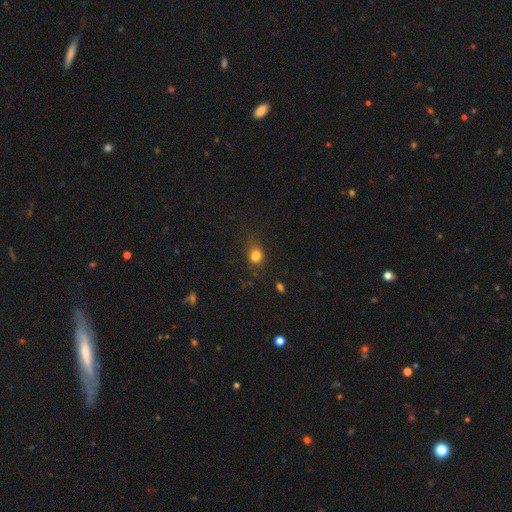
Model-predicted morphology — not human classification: Smooth or featured? Predicted: smooth (p=0.81). How rounded? Predicted: round (p=0.67). Merging? Predicted: none (p=0.65).